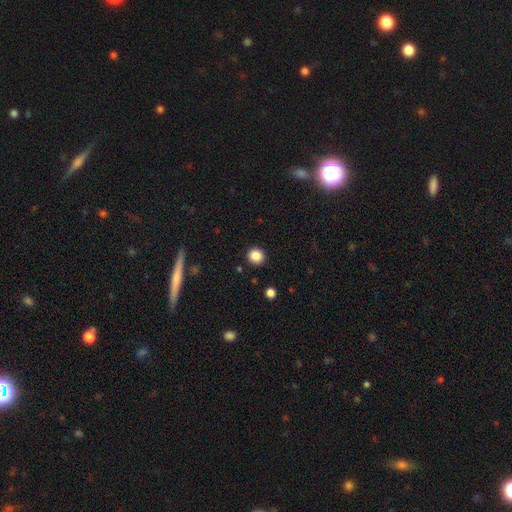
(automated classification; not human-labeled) A smooth galaxy with no disk features (86%) that is round (88%).

Vote fractions:
- Smooth or featured? smooth: 86% / star or artifact: 10% / featured or disk: 4%
- How rounded? round: 88% / in between: 11% / cigar-shaped: 1%
- Merging? none: 91% / minor disturbance: 6% / major disturbance: 2% / merger: 1%